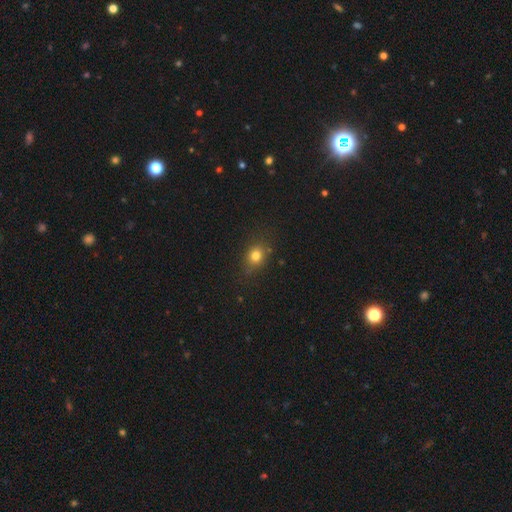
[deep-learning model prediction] smooth_or_featured: smooth (p=0.78) [alt: star or artifact p=0.14]
how_rounded: round (p=0.55) [alt: in between p=0.44]
merging: none (p=0.78) [alt: minor disturbance p=0.15]